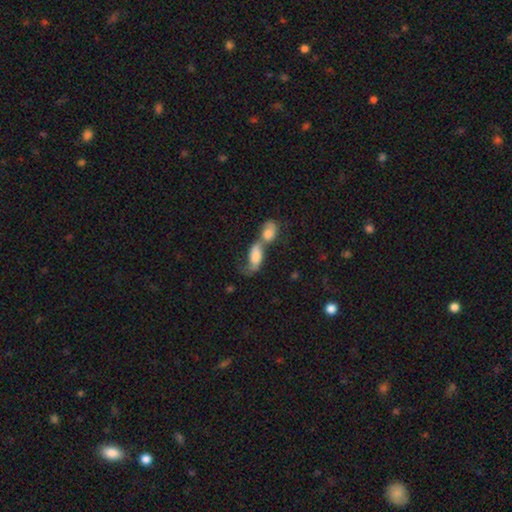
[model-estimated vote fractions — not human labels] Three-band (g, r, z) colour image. It shows a smooth galaxy with no disk features (60%) that is in between round and cigar-shaped (82%). Merging: merger (75%).